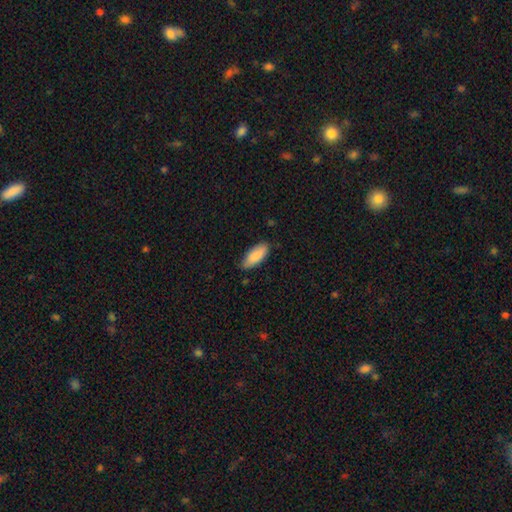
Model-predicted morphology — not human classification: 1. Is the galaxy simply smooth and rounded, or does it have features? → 87% smooth, 8% featured or disk, 6% star or artifact.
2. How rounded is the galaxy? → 81% in between, 17% cigar-shaped, 2% round.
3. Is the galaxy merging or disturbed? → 75% none, 21% minor disturbance, 3% major disturbance, 1% merger.